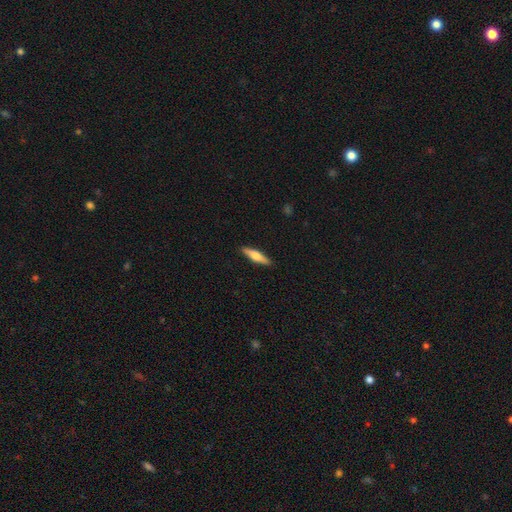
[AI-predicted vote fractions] smooth_or_featured: smooth (p=0.55) [alt: featured or disk p=0.39]
how_rounded: cigar-shaped (p=0.77) [alt: in between p=0.22]
merging: none (p=0.90) [alt: minor disturbance p=0.08]